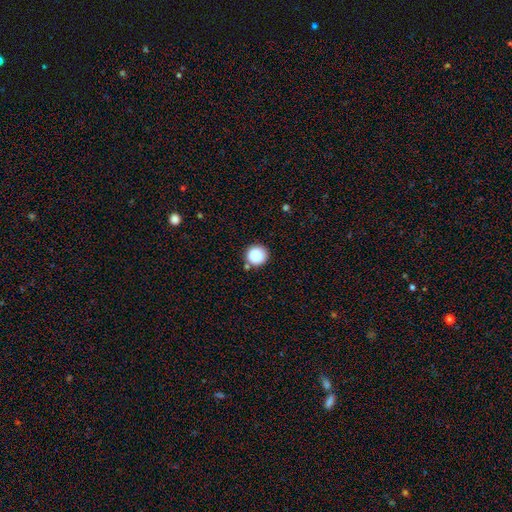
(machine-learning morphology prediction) This appears to be a smooth galaxy with no disk features (87%) that is round (95%). Merging: none (85%).